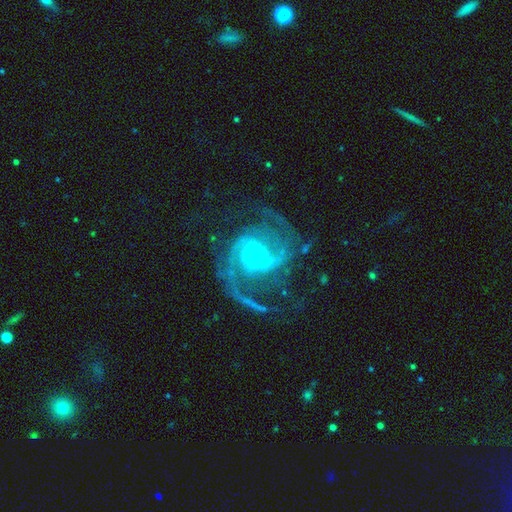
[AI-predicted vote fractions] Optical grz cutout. It shows a featured or disk galaxy (91%) with a weak bar (43%), 2 (64%) medium (52%) spiral arms (98%) and a small central bulge (75%). Merging: none (57%).